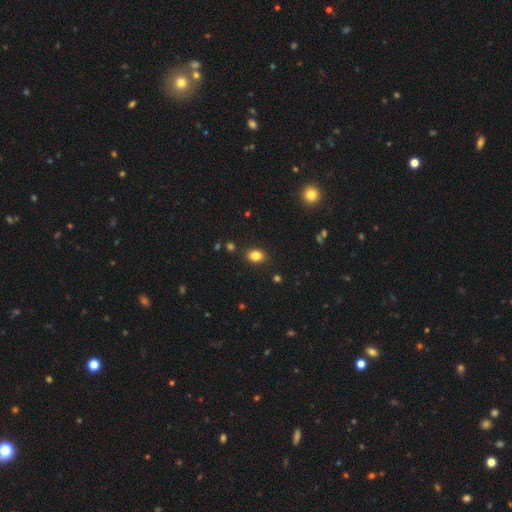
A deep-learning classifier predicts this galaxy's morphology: Smooth or featured? smooth (83%)
How rounded? in between (65%)
Merging? none (87%)